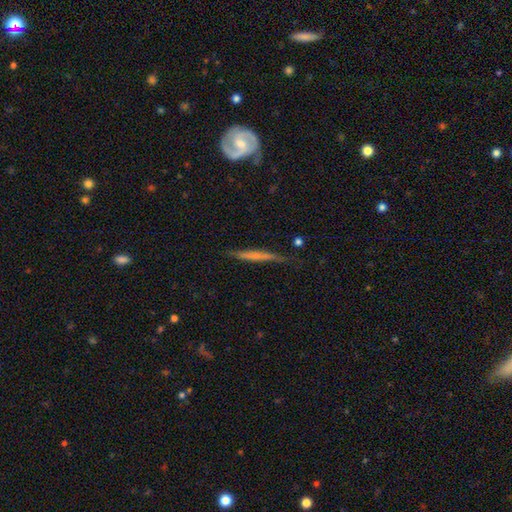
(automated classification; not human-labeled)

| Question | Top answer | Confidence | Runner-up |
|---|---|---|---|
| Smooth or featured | smooth | 52% | featured or disk (42%) |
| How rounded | cigar-shaped | 95% | in between (3%) |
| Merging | none | 75% | minor disturbance (18%) |